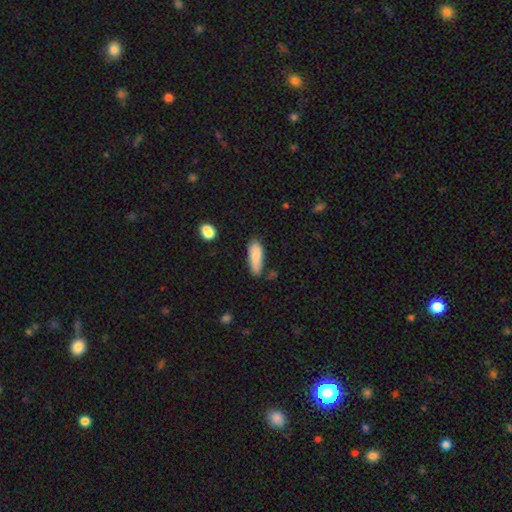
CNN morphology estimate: smooth_or_featured: smooth (p=0.84) [alt: featured or disk p=0.09]
how_rounded: in between (p=0.64) [alt: cigar-shaped p=0.34]
merging: none (p=0.69) [alt: minor disturbance p=0.23]